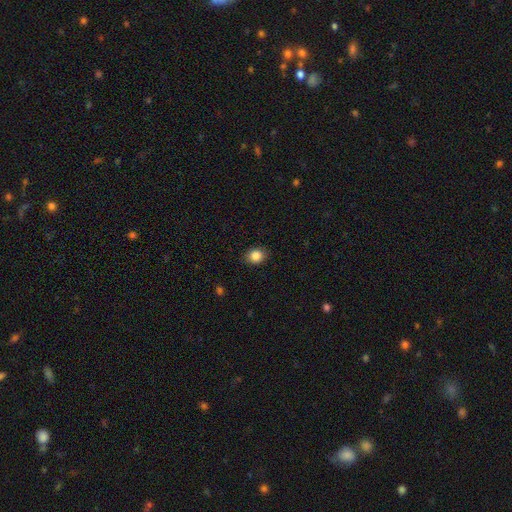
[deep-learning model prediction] Smooth or featured?
  - smooth: 85% *
  - star or artifact: 10%
  - featured or disk: 5%
How rounded?
  - round: 59% *
  - in between: 40%
  - cigar-shaped: 1%
Merging?
  - none: 84% *
  - minor disturbance: 12%
  - major disturbance: 3%
  - merger: 1%